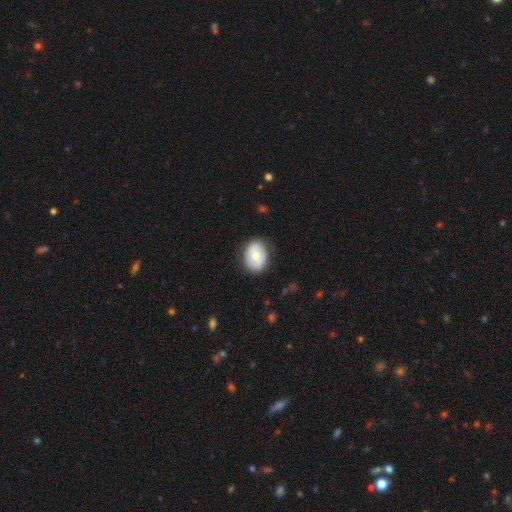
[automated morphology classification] The model was most divided on "how rounded": in between: 61%, round: 38%, cigar-shaped: 1%. More confident: merging — none (79%); smooth or featured — smooth (65%).